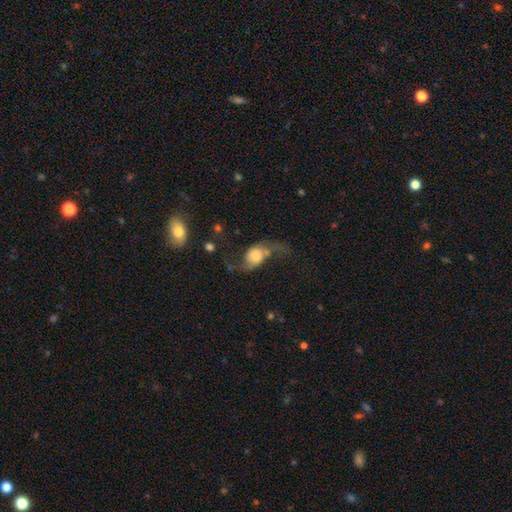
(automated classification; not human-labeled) smooth-or-featured: featured or disk: 67% | smooth: 25% | star or artifact: 9%
  disk-edge-on: no: 94% | yes: 6%
    bar: no: 69% | weak: 25% | strong: 6%
    has-spiral-arms: yes: 92% | no: 8%
      spiral-winding: loose: 89% | medium: 9% | tight: 2%
      spiral-arm-count: 2: 92% | 1: 3% | can't tell: 2% | 3: 1% | 4: 1% | more than 4: 1%
    bulge-size: moderate: 38% | large: 25% | small: 21% | dominant: 11% | none: 4%
  merging: none: 49% | major disturbance: 27% | minor disturbance: 18% | merger: 6%